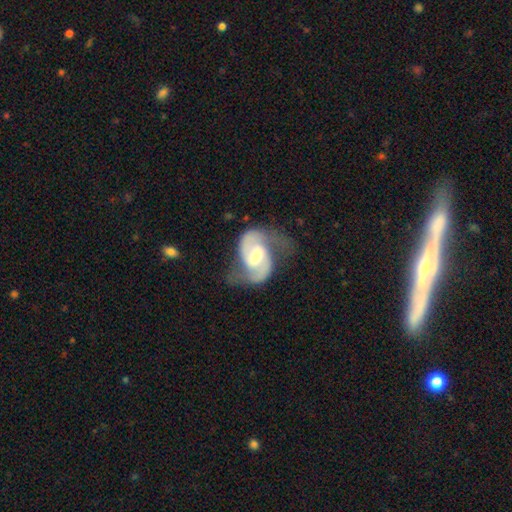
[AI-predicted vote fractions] A featured or disk galaxy (88%) with a weak bar (53%), 2 (92%) medium (54%) spiral arms (97%) and a moderate central bulge (56%). Merging: none (59%).